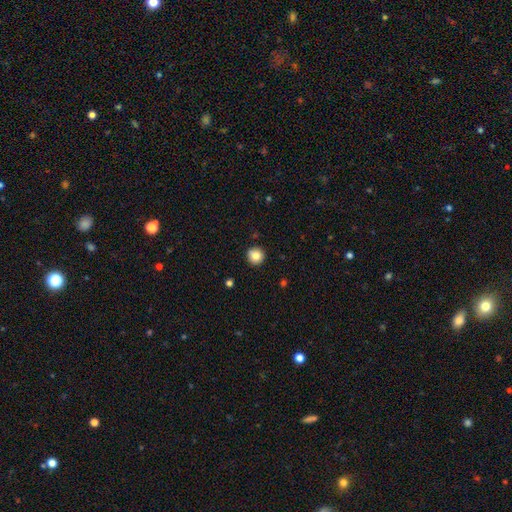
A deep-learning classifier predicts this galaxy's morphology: This is clearly a smooth galaxy (84%). How rounded: clearly round (95%). Merging: clearly none (91%).